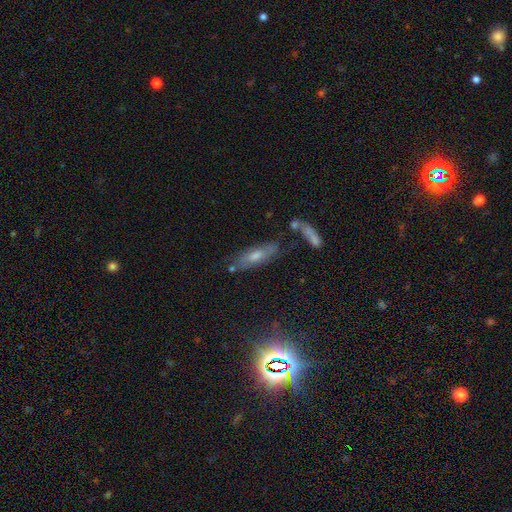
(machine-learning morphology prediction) Q: Smooth or featured?
A: smooth (43%); runner-up: featured or disk (36%)
Q: Merging?
A: none (68%); runner-up: minor disturbance (18%)